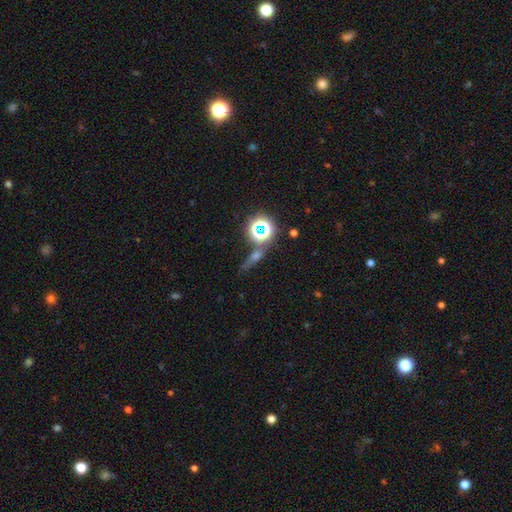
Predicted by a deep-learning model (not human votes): Overall: star or artifact (49%; smooth 28%).